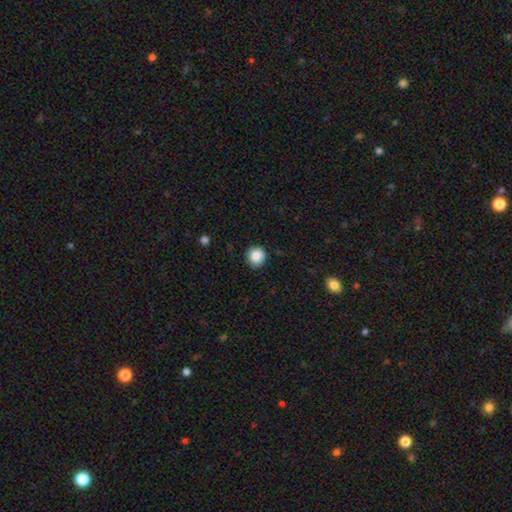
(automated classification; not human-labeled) Smooth or featured?
  - smooth: 85% *
  - star or artifact: 9%
  - featured or disk: 6%
How rounded?
  - round: 93% *
  - in between: 6%
  - cigar-shaped: 1%
Merging?
  - none: 91% *
  - minor disturbance: 6%
  - major disturbance: 2%
  - merger: 1%